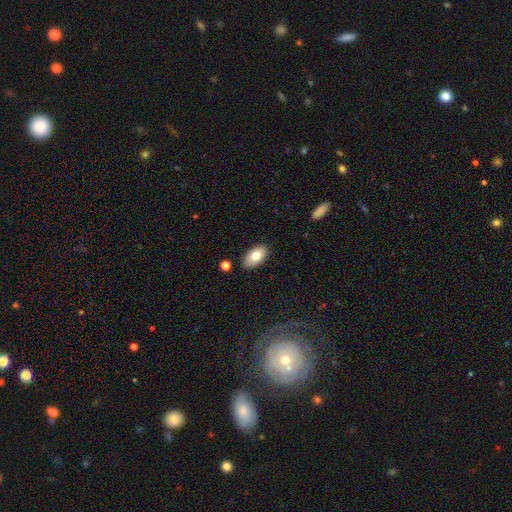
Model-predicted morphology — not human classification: Overall: smooth (77%). How rounded: in between (94%). Merging: none (87%).